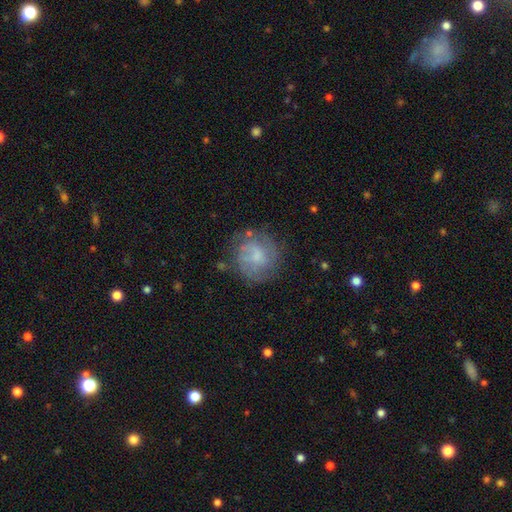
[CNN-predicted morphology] smooth_or_featured: featured or disk (p=0.51) [alt: smooth p=0.40]
disk_edge_on: no (p=0.98) [alt: yes p=0.02]
bar: no (p=0.55) [alt: weak p=0.38]
has_spiral_arms: yes (p=0.67) [alt: no p=0.33]
bulge_size: small (p=0.32) [alt: none p=0.31]
merging: none (p=0.65) [alt: minor disturbance p=0.20]